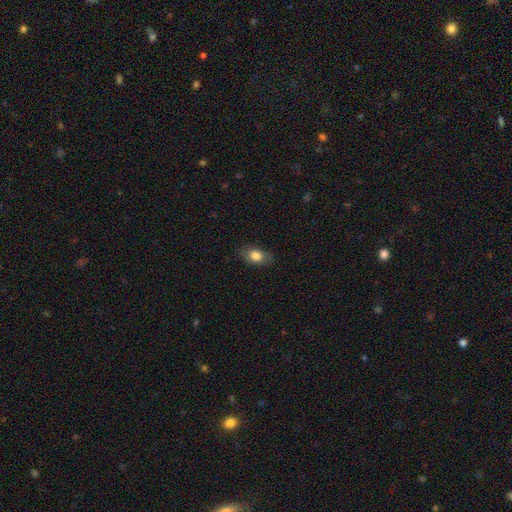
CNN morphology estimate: smooth_or_featured: smooth (p=0.78) [alt: featured or disk p=0.14]
how_rounded: in between (p=0.83) [alt: round p=0.13]
merging: none (p=0.81) [alt: minor disturbance p=0.14]